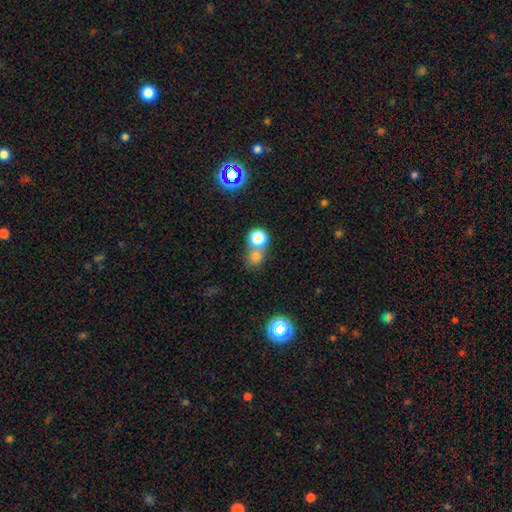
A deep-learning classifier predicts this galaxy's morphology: Smooth or featured? Predicted: smooth (p=0.72). How rounded? Predicted: round (p=0.81). Merging? Predicted: none (p=0.50).